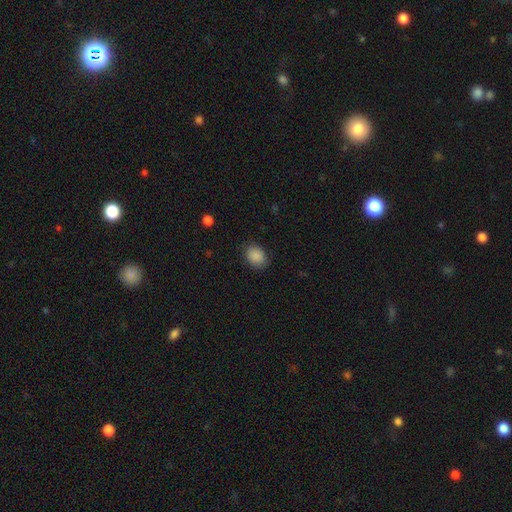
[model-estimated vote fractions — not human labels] Q: Smooth or featured?
A: smooth (88%); runner-up: star or artifact (8%)
Q: How rounded?
A: in between (61%); runner-up: round (38%)
Q: Merging?
A: none (83%); runner-up: minor disturbance (13%)